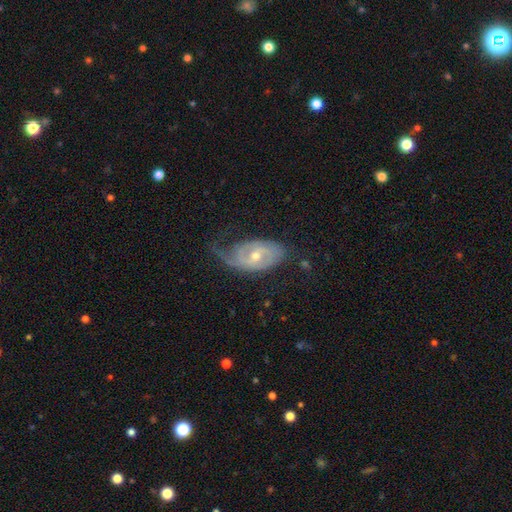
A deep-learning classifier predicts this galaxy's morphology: A featured or disk galaxy (77%) with no bar (53%), 2 (40%) tight (43%) spiral arms (86%) and a moderate central bulge (51%). Merging: none (42%).